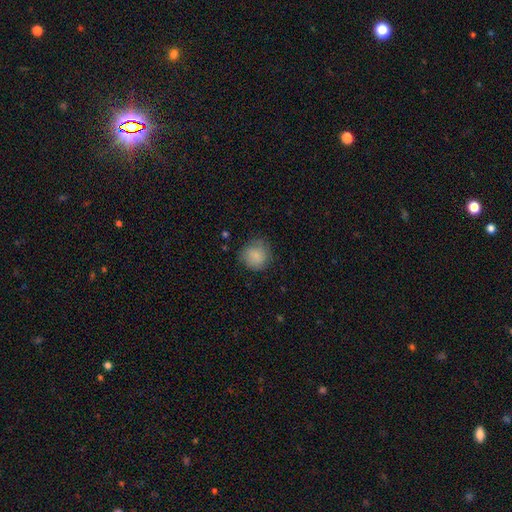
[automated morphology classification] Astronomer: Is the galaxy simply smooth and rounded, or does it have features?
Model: smooth — 85%.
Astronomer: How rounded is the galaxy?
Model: round — 89%.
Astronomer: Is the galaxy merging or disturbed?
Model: none — 76%.